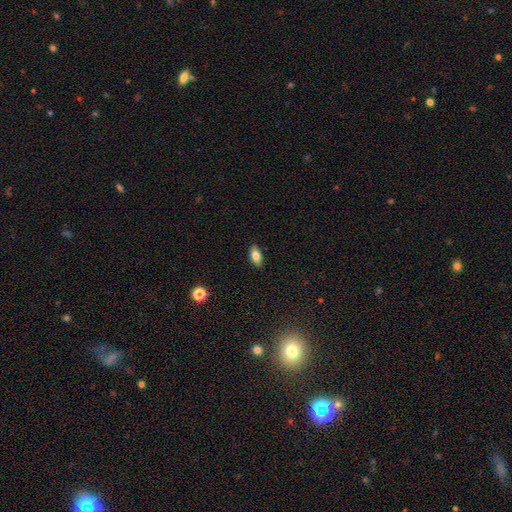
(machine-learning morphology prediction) smooth-or-featured: smooth: 76% | featured or disk: 16% | star or artifact: 8%
  how-rounded: in between: 87% | cigar-shaped: 9% | round: 4%
  merging: none: 89% | minor disturbance: 8% | major disturbance: 2% | merger: 1%